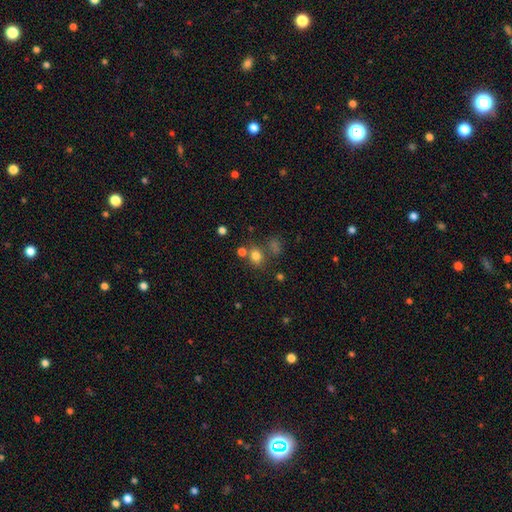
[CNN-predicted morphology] Overall: smooth (75%). How rounded: round (65%; in between 34%). Merging: none (62%).